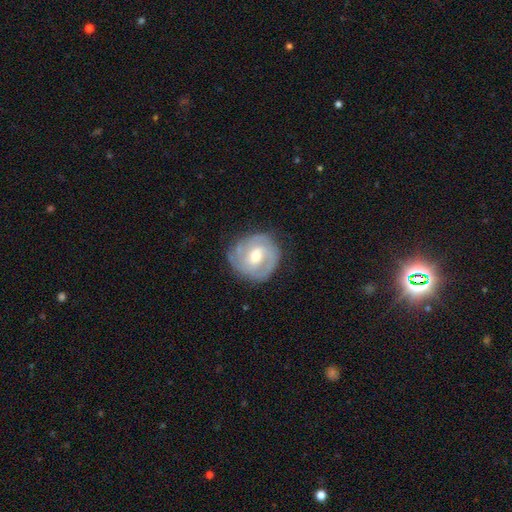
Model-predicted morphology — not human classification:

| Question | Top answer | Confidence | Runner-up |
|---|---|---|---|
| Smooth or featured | featured or disk | 80% | smooth (14%) |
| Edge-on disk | no | 98% | yes (2%) |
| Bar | no | 45% | weak (44%) |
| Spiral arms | yes | 92% | no (8%) |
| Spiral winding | tight | 65% | medium (29%) |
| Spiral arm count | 2 | 30% | 3 (29%) |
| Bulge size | moderate | 68% | small (27%) |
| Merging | none | 79% | minor disturbance (15%) |